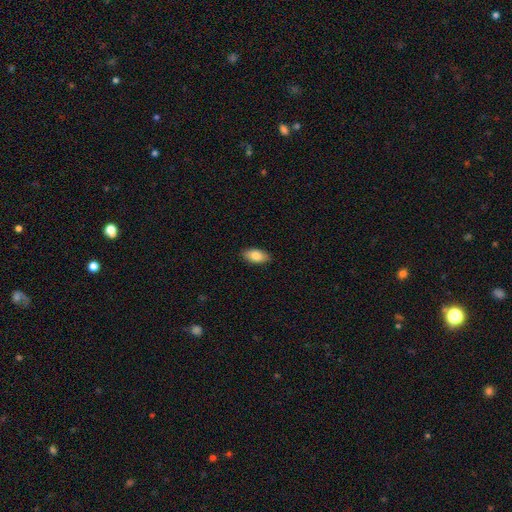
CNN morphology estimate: smooth-or-featured: smooth: 84% | featured or disk: 9% | star or artifact: 6%
  how-rounded: in between: 92% | cigar-shaped: 5% | round: 3%
  merging: none: 88% | minor disturbance: 9% | major disturbance: 2% | merger: 1%